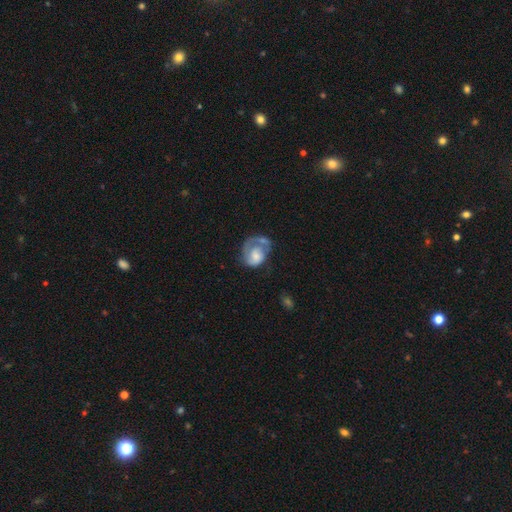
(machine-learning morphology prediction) featured or disk 65%, smooth 29%, star or artifact 6%. Down the decision tree: edge-on disk — no (98%); bar — no (74%); spiral arms — yes (80%); spiral arm count — 1 (67%); spiral winding — tight (44%); bulge size — moderate (37%); merging — none (34%, tied with major disturbance).